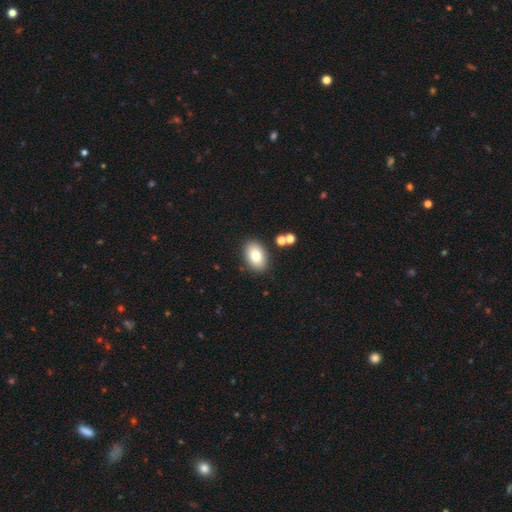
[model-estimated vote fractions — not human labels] smooth 80%, featured or disk 11%, star or artifact 9%. Down the decision tree: how rounded — in between (87%); merging — none (84%).